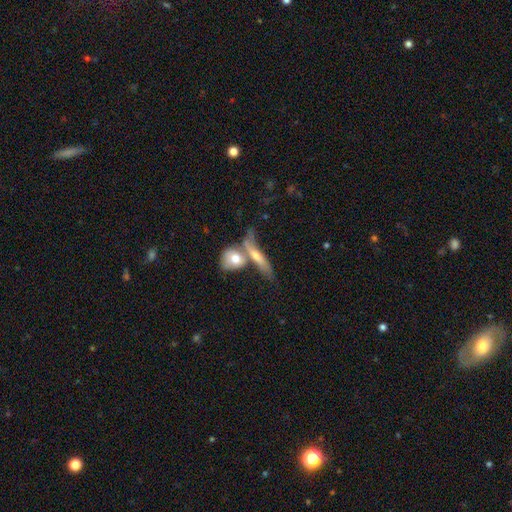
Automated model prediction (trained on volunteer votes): Smooth or featured: smooth — 47% (featured or disk — 45%)
Merging: none — 40% (merger — 38%)